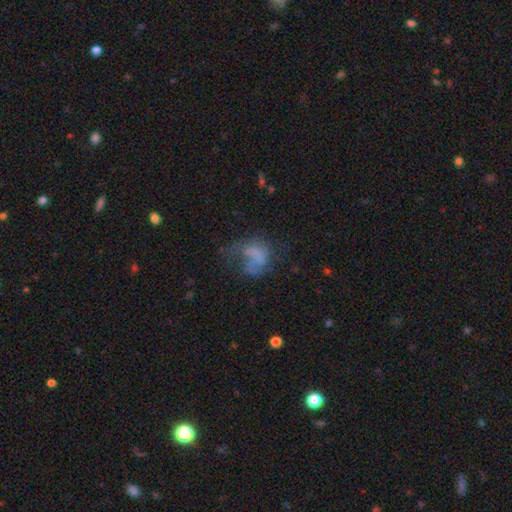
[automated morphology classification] Smooth or featured?
  - featured or disk: 44% *
  - smooth: 42%
  - star or artifact: 14%
Merging?
  - major disturbance: 48% *
  - none: 28%
  - minor disturbance: 19%
  - merger: 6%